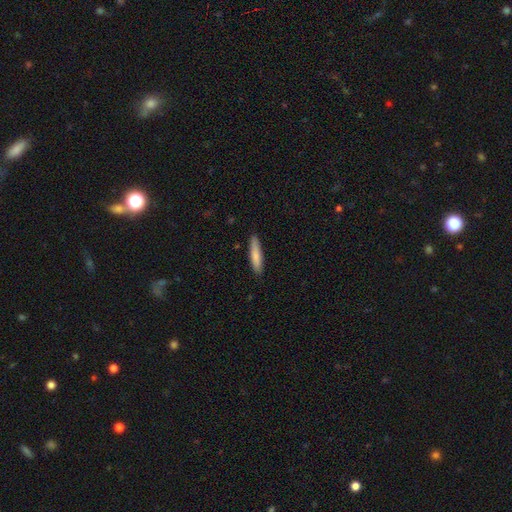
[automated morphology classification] Overall: smooth (79%). How rounded: cigar-shaped (85%). Merging: none (88%).